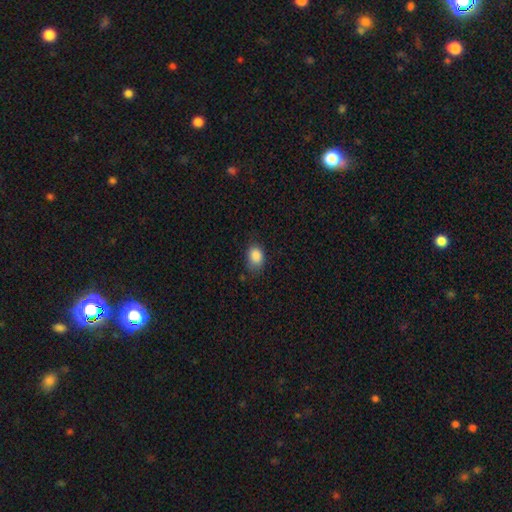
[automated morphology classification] A smooth galaxy with no disk features (87%) that is in between round and cigar-shaped (67%).

Vote fractions:
- Smooth or featured? smooth: 87% / star or artifact: 9% / featured or disk: 4%
- How rounded? in between: 67% / round: 32% / cigar-shaped: 1%
- Merging? none: 67% / minor disturbance: 25% / major disturbance: 6% / merger: 2%